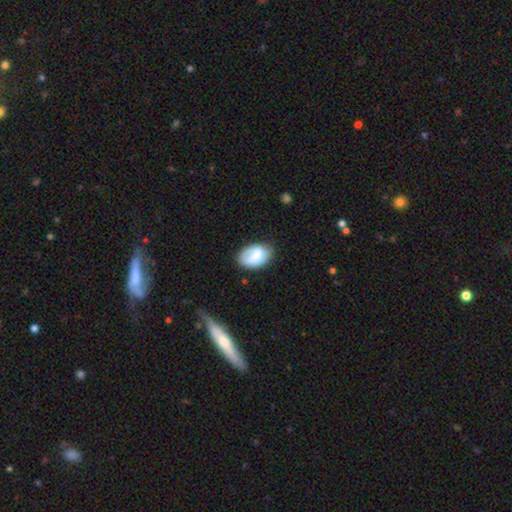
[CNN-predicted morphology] smooth-or-featured: smooth: 66% | featured or disk: 27% | star or artifact: 7%
  how-rounded: in between: 87% | round: 12% | cigar-shaped: 1%
  merging: none: 64% | minor disturbance: 25% | major disturbance: 8% | merger: 3%